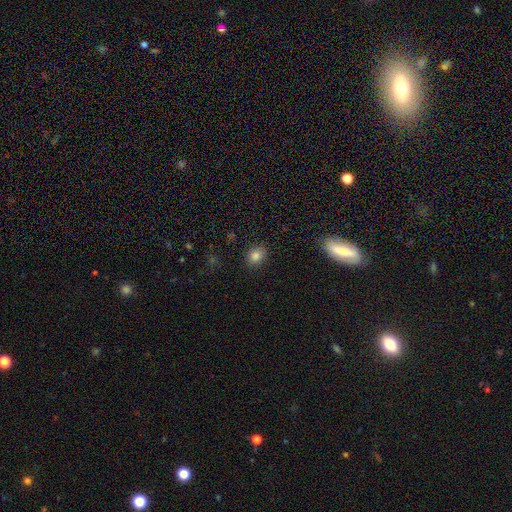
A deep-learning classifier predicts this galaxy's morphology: smooth_or_featured: smooth (p=0.83) [alt: star or artifact p=0.12]
how_rounded: round (p=0.62) [alt: in between p=0.37]
merging: none (p=0.88) [alt: minor disturbance p=0.09]